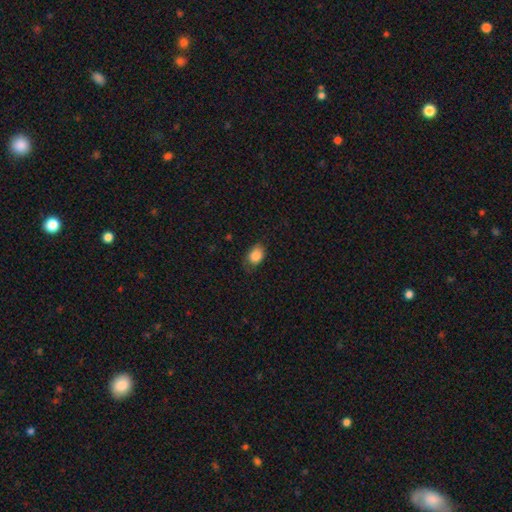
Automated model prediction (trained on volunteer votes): A smooth galaxy with no disk features (86%) that is in between round and cigar-shaped (73%). Merging: none (64%).